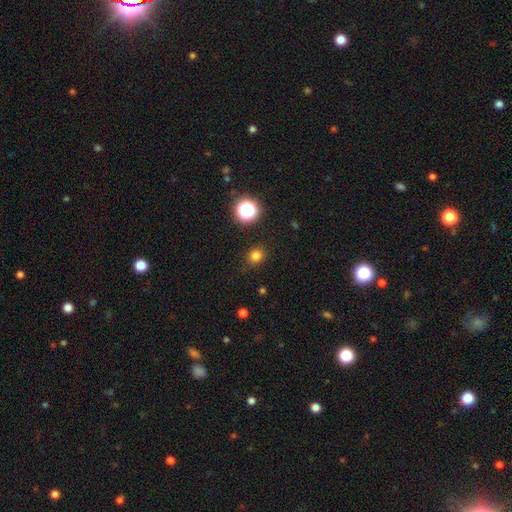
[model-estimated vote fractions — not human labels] smooth_or_featured: smooth (p=0.78) [alt: star or artifact p=0.16]
how_rounded: round (p=0.78) [alt: in between p=0.21]
merging: none (p=0.81) [alt: minor disturbance p=0.14]